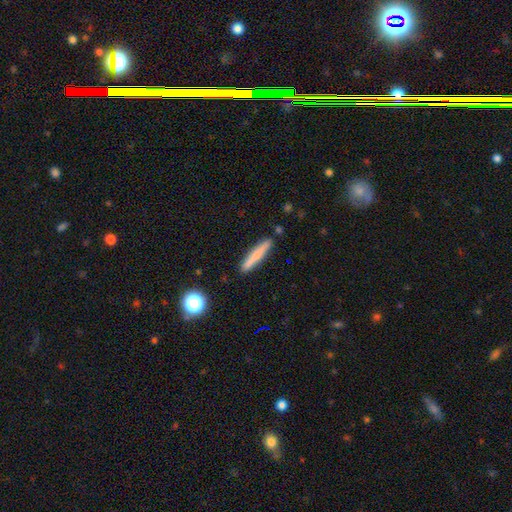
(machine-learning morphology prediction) type=smooth (73%); roundness=cigar-shaped (94%); merging=none (88%).